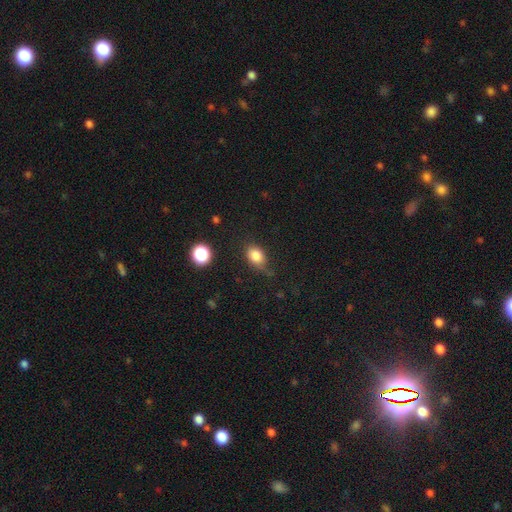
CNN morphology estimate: This is clearly a smooth galaxy (82%). How rounded: likely in between (70%). Merging: likely none (63%).